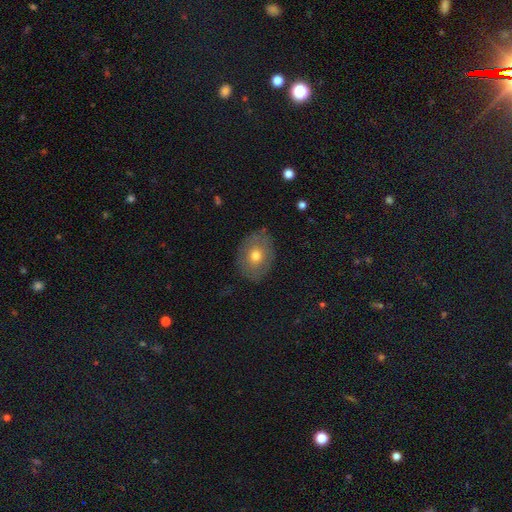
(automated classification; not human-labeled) Smooth or featured?
  - smooth: 66% *
  - featured or disk: 25%
  - star or artifact: 9%
How rounded?
  - in between: 64% *
  - round: 35%
  - cigar-shaped: 1%
Merging?
  - none: 81% *
  - minor disturbance: 14%
  - major disturbance: 4%
  - merger: 1%